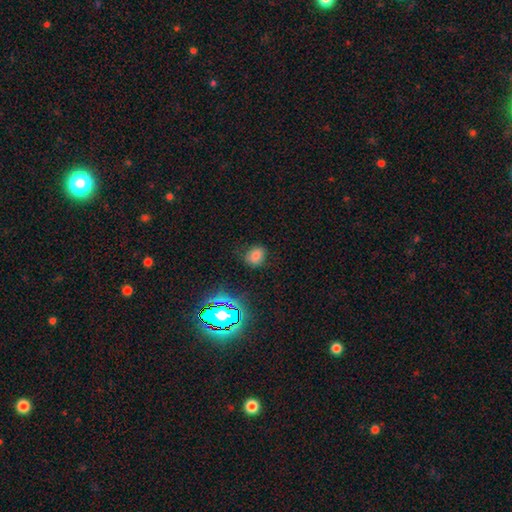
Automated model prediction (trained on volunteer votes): A smooth galaxy with no disk features (72%) that is round (56%). Merging: none (77%).